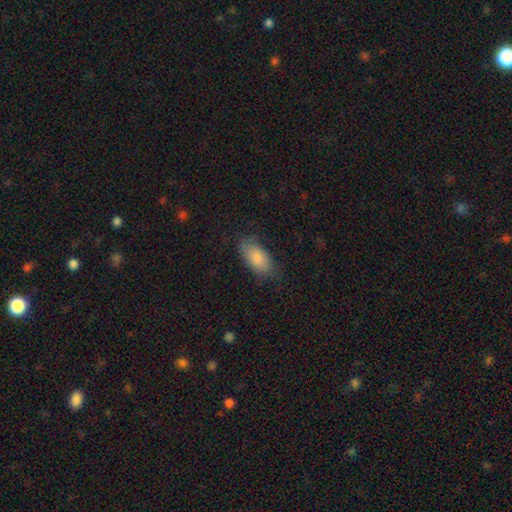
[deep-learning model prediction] Overall: smooth (79%). How rounded: in between (90%). Merging: none (75%).